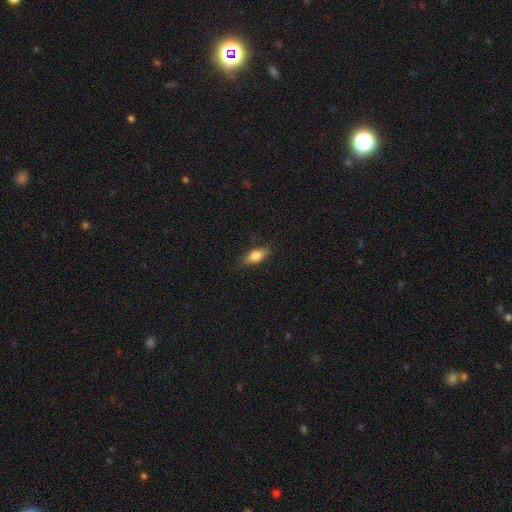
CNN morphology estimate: Smooth or featured? Predicted: smooth (p=0.75). How rounded? Predicted: in between (p=0.76). Merging? Predicted: none (p=0.83).